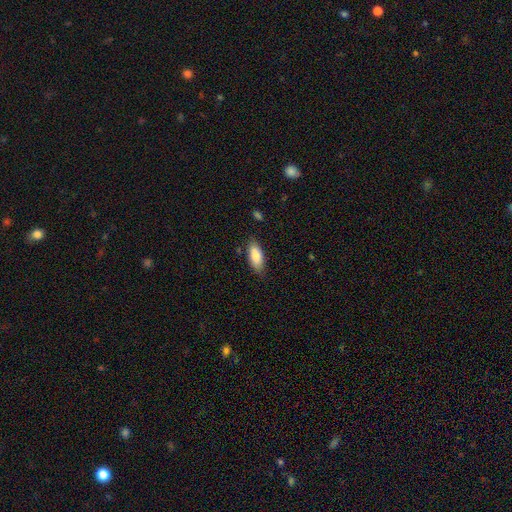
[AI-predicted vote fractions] Morphology: type=smooth (86%); roundness=in between (83%); merging=none (80%).